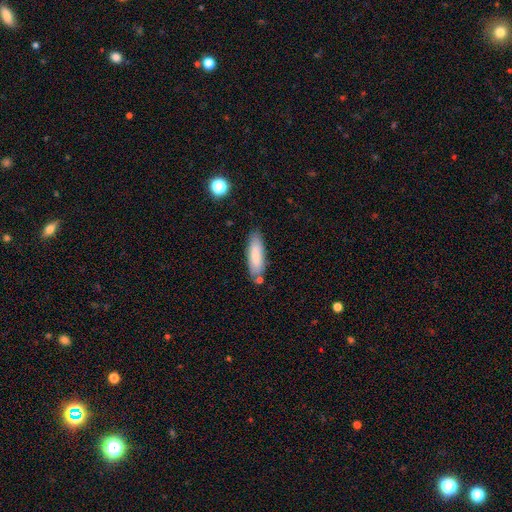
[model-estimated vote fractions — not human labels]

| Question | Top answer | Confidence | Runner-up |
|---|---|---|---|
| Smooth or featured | smooth | 81% | featured or disk (13%) |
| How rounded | cigar-shaped | 50% | in between (49%) |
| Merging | none | 73% | minor disturbance (17%) |